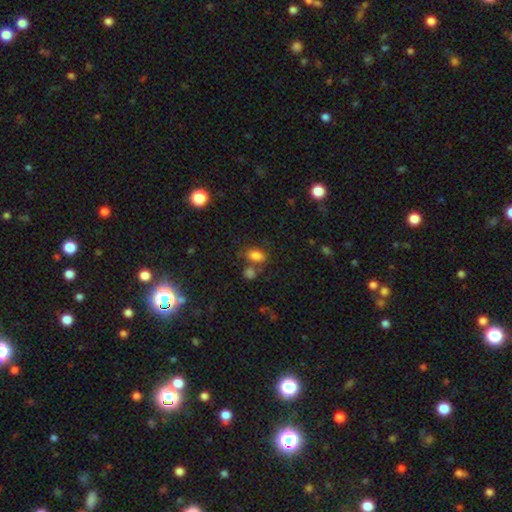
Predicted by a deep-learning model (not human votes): A smooth galaxy with no disk features (80%) that is in between round and cigar-shaped (85%). Merging: none (57%).